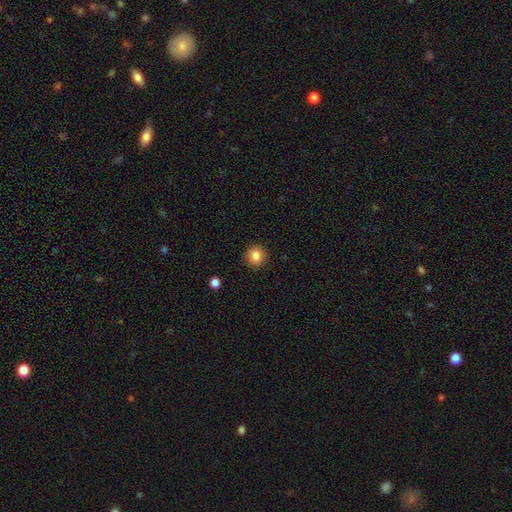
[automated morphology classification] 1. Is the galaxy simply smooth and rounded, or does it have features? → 84% smooth, 10% star or artifact, 6% featured or disk.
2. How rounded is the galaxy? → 92% round, 7% in between, 1% cigar-shaped.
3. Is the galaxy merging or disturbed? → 92% none, 6% minor disturbance, 2% major disturbance, 1% merger.